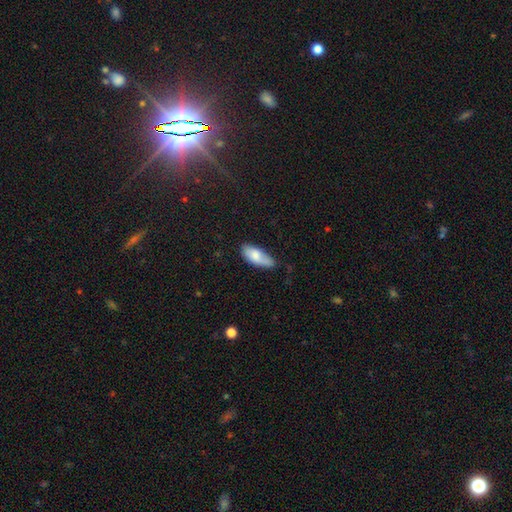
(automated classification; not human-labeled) This is likely a smooth galaxy (77%). How rounded: clearly in between (82%). Merging: likely none (61%).